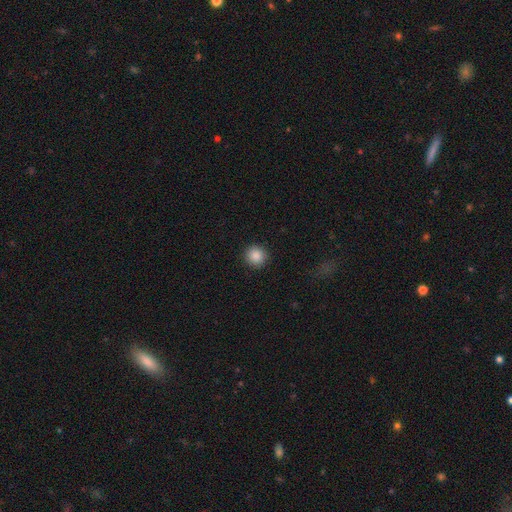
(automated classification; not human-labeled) Morphology: type=smooth (88%); roundness=round (94%); merging=none (92%).